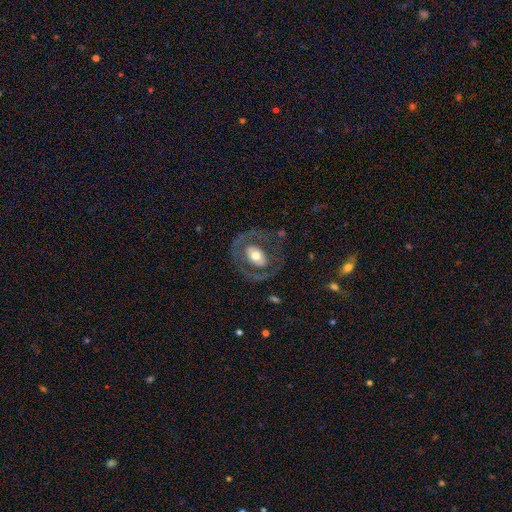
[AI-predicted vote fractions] Smooth or featured: featured or disk — 59% (smooth — 35%)
Edge-on disk: no — 94% (yes — 6%)
Bar: no — 73% (weak — 18%)
Spiral arms: no — 74% (yes — 26%)
Bulge size: moderate — 63% (large — 24%)
Merging: none — 70% (minor disturbance — 14%)